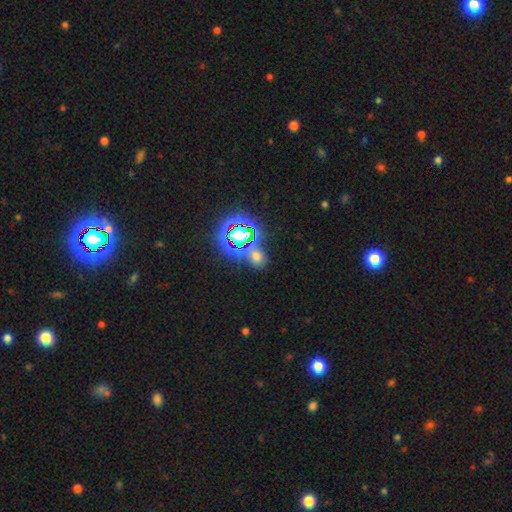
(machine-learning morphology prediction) A smooth galaxy with no disk features (48%).

Vote fractions:
- Smooth or featured? smooth: 48% / star or artifact: 44% / featured or disk: 8%
- Merging? none: 67% / merger: 16% / minor disturbance: 12% / major disturbance: 6%